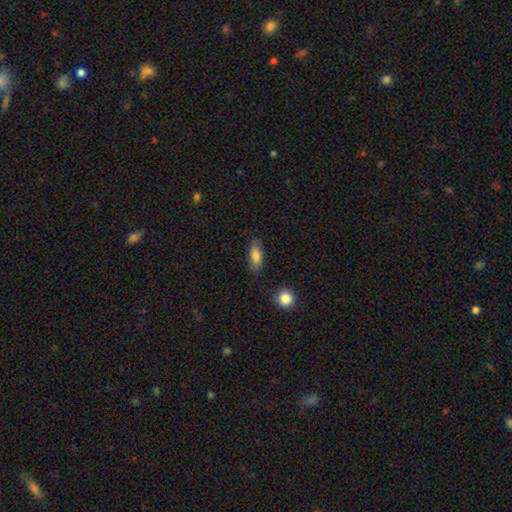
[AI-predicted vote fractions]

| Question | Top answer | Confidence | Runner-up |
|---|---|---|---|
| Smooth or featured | smooth | 81% | featured or disk (12%) |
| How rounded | in between | 81% | cigar-shaped (16%) |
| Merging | none | 80% | minor disturbance (14%) |